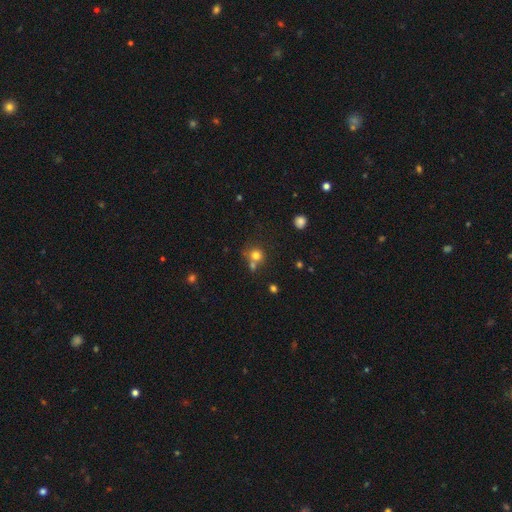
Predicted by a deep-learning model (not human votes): A smooth galaxy with no disk features (76%) that is round (85%).

Vote fractions:
- Smooth or featured? smooth: 76% / star or artifact: 14% / featured or disk: 9%
- How rounded? round: 85% / in between: 14% / cigar-shaped: 1%
- Merging? none: 54% / merger: 31% / minor disturbance: 10% / major disturbance: 4%